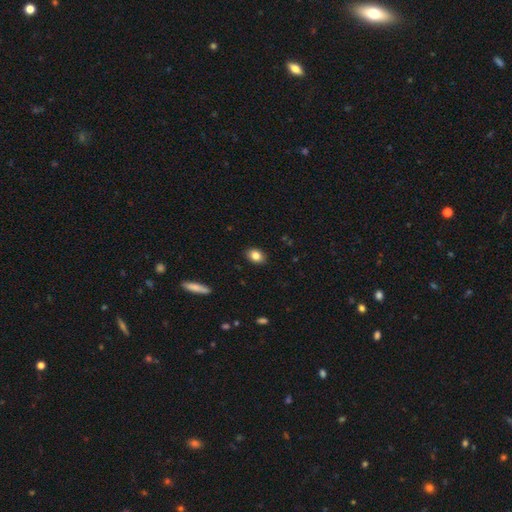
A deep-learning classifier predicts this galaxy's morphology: Q: Smooth or featured?
A: smooth (84%); runner-up: star or artifact (9%)
Q: How rounded?
A: in between (72%); runner-up: round (26%)
Q: Merging?
A: none (89%); runner-up: minor disturbance (8%)